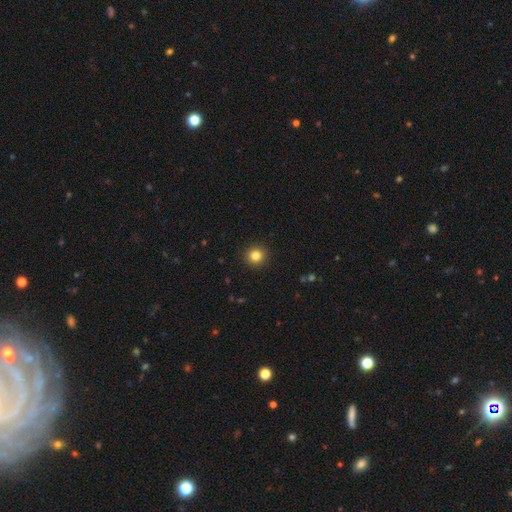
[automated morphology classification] smooth-or-featured: smooth: 83% | star or artifact: 11% | featured or disk: 5%
  how-rounded: round: 93% | in between: 6% | cigar-shaped: 1%
  merging: none: 92% | minor disturbance: 5% | major disturbance: 2% | merger: 1%